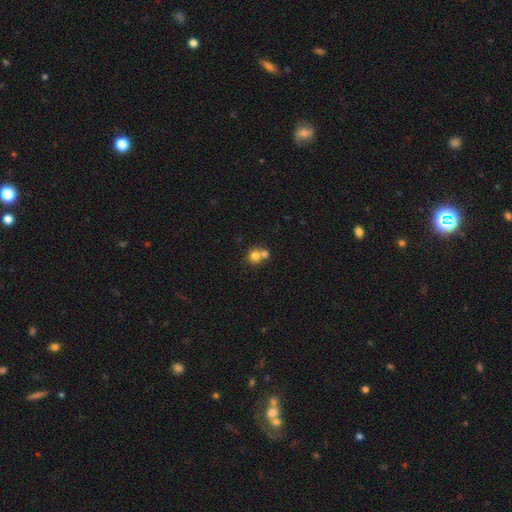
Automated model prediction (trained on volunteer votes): Overall: smooth (77%). How rounded: round (86%). Merging: merger (48%; none 43%).